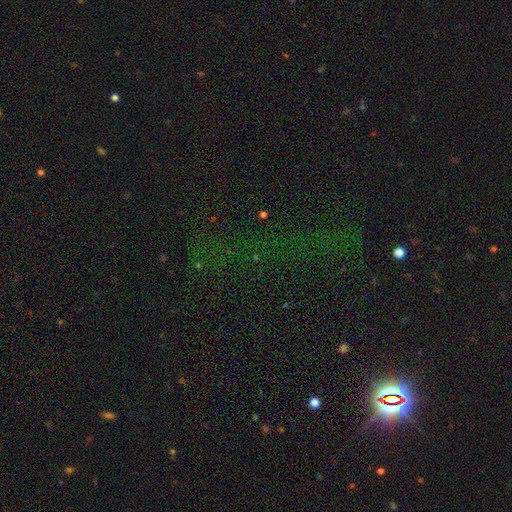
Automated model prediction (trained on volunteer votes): The model was most divided on "smooth or featured": star or artifact: 79%, smooth: 13%, featured or disk: 9%.